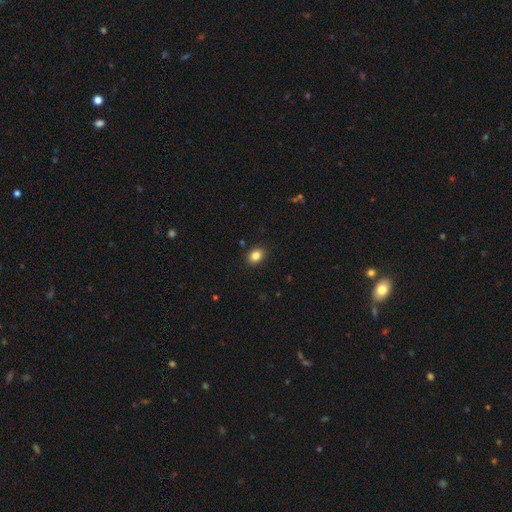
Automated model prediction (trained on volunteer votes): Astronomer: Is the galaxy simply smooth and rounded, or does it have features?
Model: smooth — 84%.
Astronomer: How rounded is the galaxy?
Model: in between — 57% (runner-up: round, 42%).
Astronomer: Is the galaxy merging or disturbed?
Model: none — 90%.